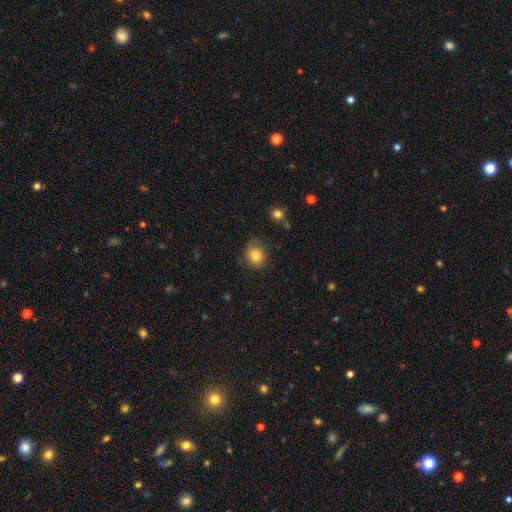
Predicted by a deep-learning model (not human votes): Overall: smooth (83%). How rounded: round (72%). Merging: none (75%).